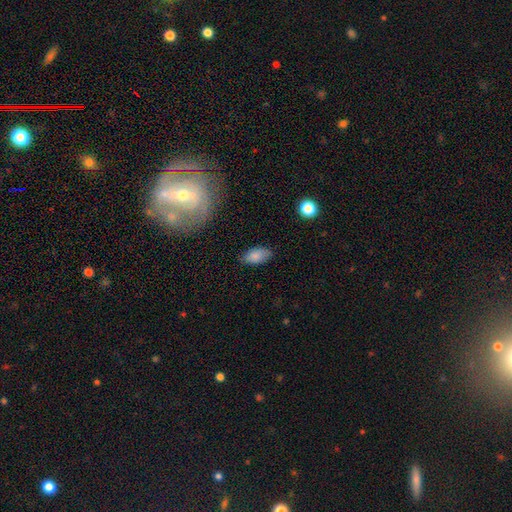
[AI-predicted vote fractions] smooth 84%, star or artifact 8%, featured or disk 8%. Down the decision tree: how rounded — in between (93%); merging — none (81%).